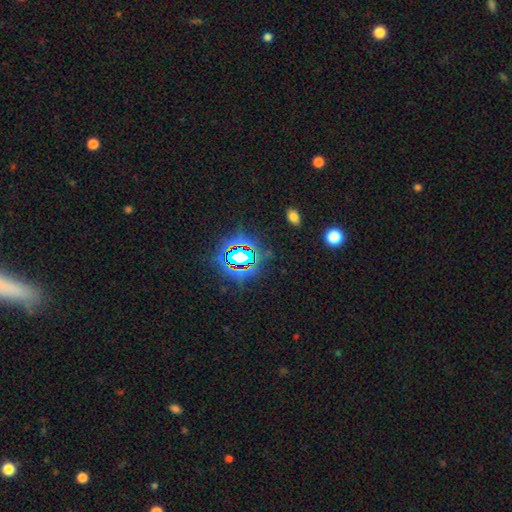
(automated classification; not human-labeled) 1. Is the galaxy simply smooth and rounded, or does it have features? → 79% star or artifact, 12% smooth, 9% featured or disk.